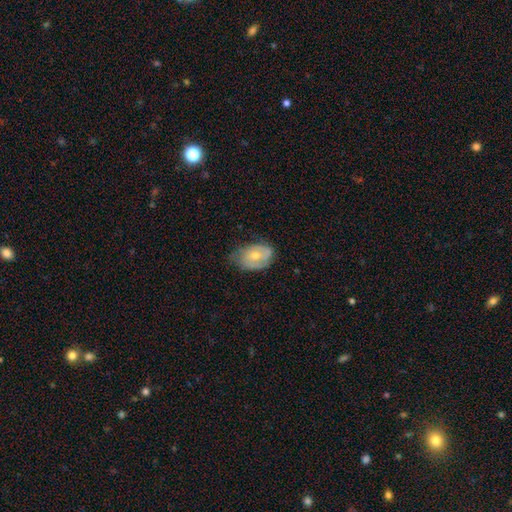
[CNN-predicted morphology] A smooth galaxy with no disk features (50%) that is in between round and cigar-shaped (81%).

Vote fractions:
- Smooth or featured? smooth: 50% / featured or disk: 43% / star or artifact: 7%
- How rounded? in between: 81% / round: 18% / cigar-shaped: 1%
- Merging? none: 50% / minor disturbance: 38% / major disturbance: 11% / merger: 1%